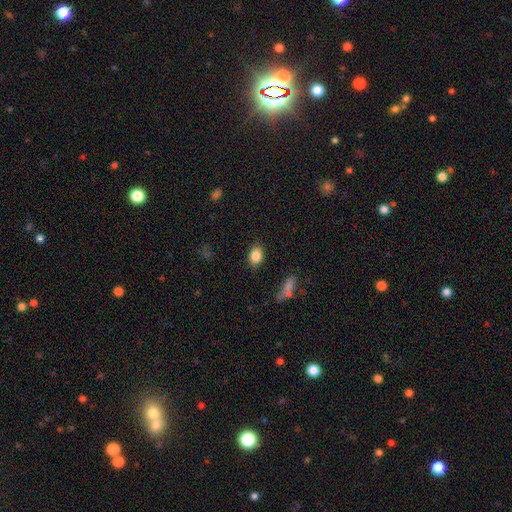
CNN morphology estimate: This appears to be a smooth galaxy with no disk features (85%) that is in between round and cigar-shaped (75%). Merging: none (84%).